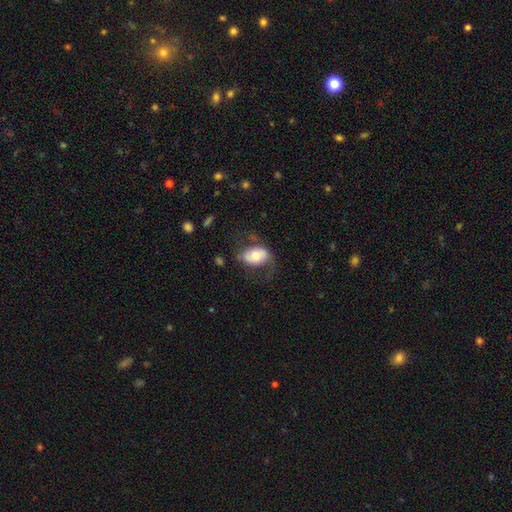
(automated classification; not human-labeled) Smooth or featured: smooth — 62% (featured or disk — 32%)
How rounded: in between — 86% (round — 12%)
Merging: none — 55% (minor disturbance — 25%)